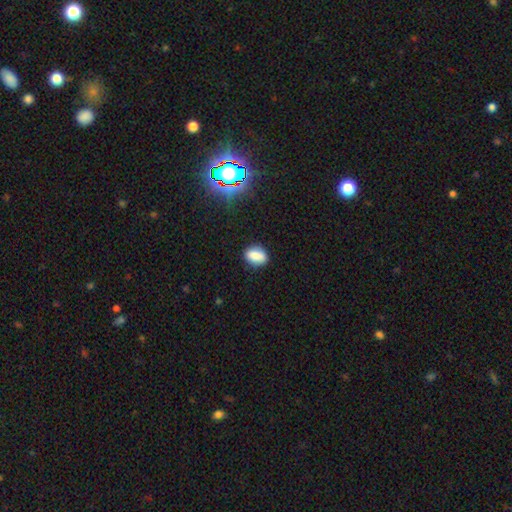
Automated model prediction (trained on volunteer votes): Q: Smooth or featured?
A: smooth (81%); runner-up: star or artifact (11%)
Q: How rounded?
A: in between (74%); runner-up: round (24%)
Q: Merging?
A: none (83%); runner-up: minor disturbance (13%)